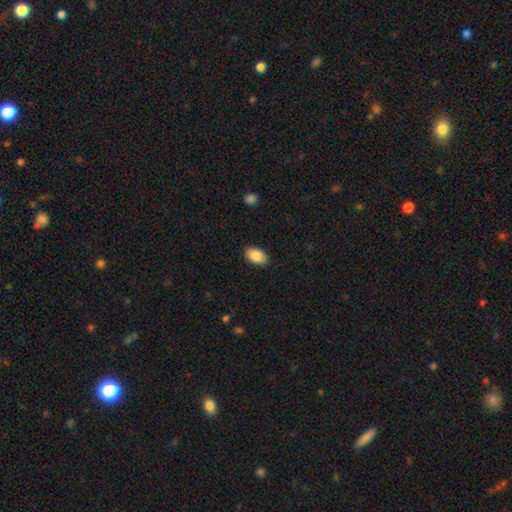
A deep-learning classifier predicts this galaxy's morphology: A smooth galaxy with no disk features (87%) that is in between round and cigar-shaped (92%).

Vote fractions:
- Smooth or featured? smooth: 87% / star or artifact: 7% / featured or disk: 6%
- How rounded? in between: 92% / round: 7% / cigar-shaped: 1%
- Merging? none: 88% / minor disturbance: 9% / major disturbance: 2% / merger: 1%